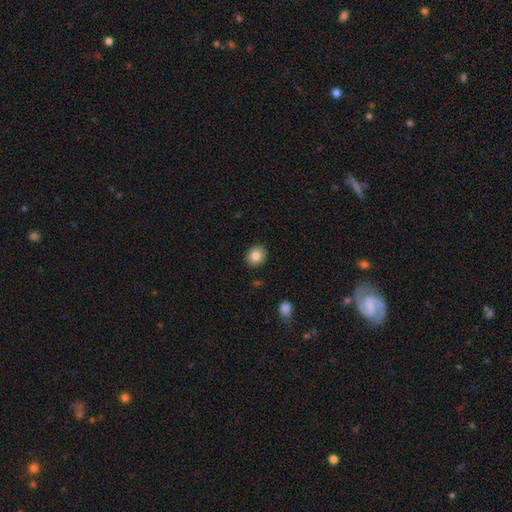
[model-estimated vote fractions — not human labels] A smooth galaxy with no disk features (83%) that is round (58%). Merging: none (89%).